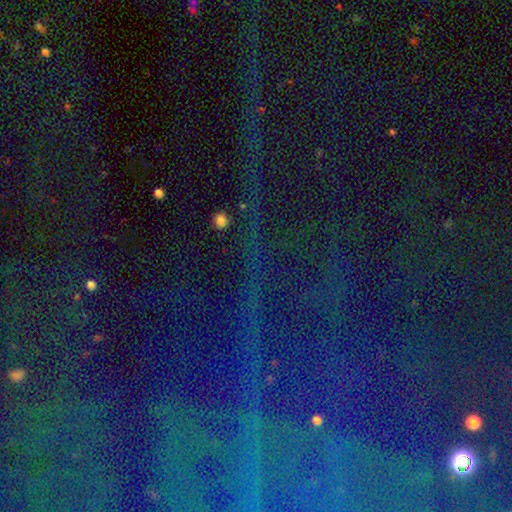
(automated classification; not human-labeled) smooth-or-featured: star or artifact: 83% | featured or disk: 9% | smooth: 8%